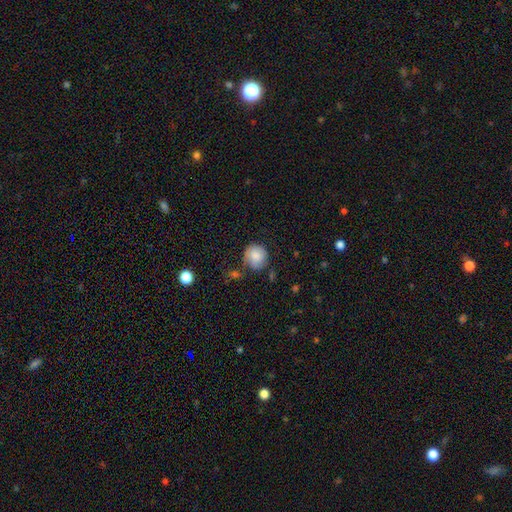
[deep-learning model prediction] Smooth or featured? smooth (84%)
How rounded? round (87%)
Merging? none (67%)